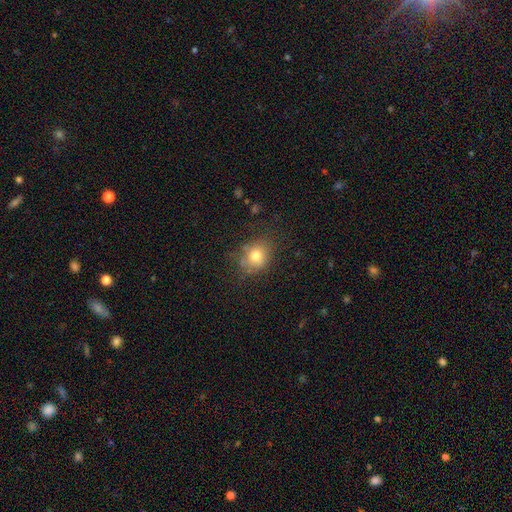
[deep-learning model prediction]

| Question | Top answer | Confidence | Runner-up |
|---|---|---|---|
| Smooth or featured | smooth | 75% | star or artifact (13%) |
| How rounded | round | 66% | in between (33%) |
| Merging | none | 69% | minor disturbance (20%) |